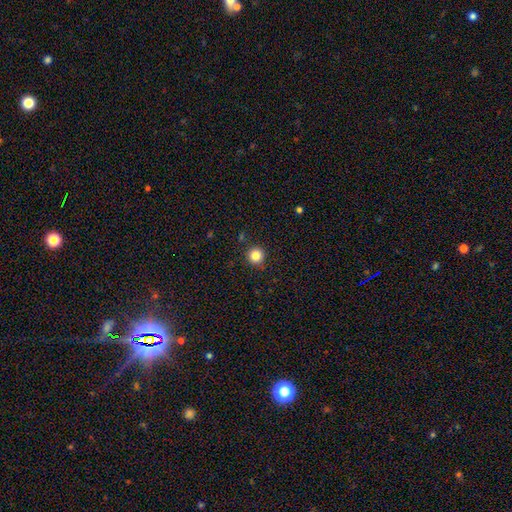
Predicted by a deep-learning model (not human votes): Q: Smooth or featured?
A: smooth (84%); runner-up: star or artifact (12%)
Q: How rounded?
A: round (95%); runner-up: in between (4%)
Q: Merging?
A: none (91%); runner-up: minor disturbance (6%)